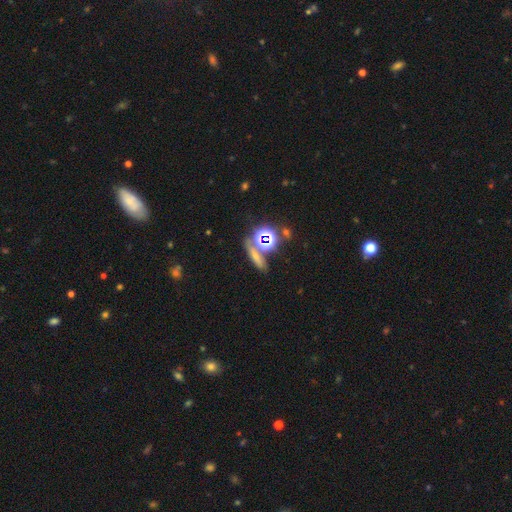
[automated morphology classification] Smooth or featured? smooth (46%)
Merging? none (66%)